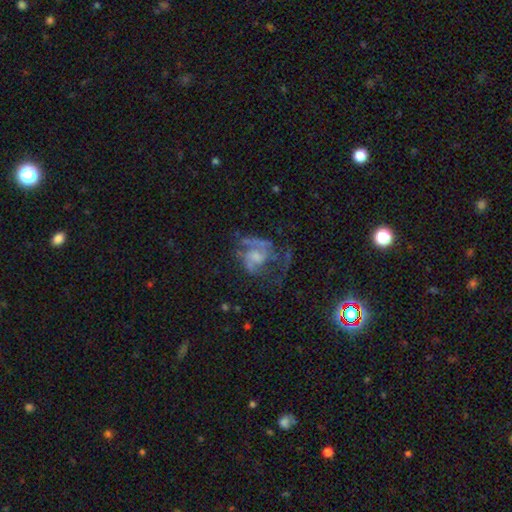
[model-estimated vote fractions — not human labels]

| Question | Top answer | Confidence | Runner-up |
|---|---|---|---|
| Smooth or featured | featured or disk | 71% | smooth (19%) |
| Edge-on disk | no | 98% | yes (2%) |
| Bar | no | 65% | weak (29%) |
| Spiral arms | yes | 73% | no (27%) |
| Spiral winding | medium | 46% | loose (31%) |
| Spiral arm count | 2 | 50% | can't tell (23%) |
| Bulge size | moderate | 35% | small (33%) |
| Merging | major disturbance | 40% | none (37%) |